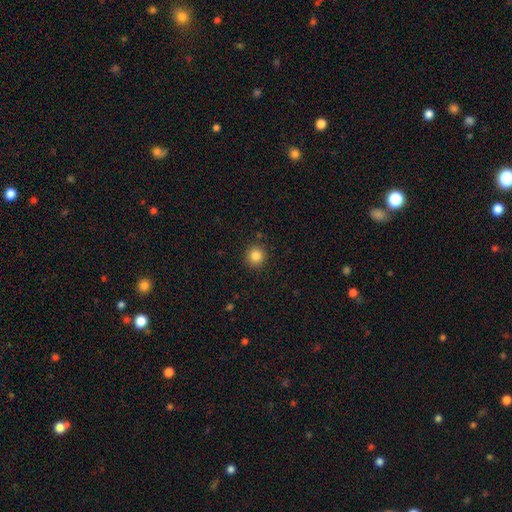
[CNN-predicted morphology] A smooth galaxy with no disk features (85%) that is round (92%). Merging: none (90%).